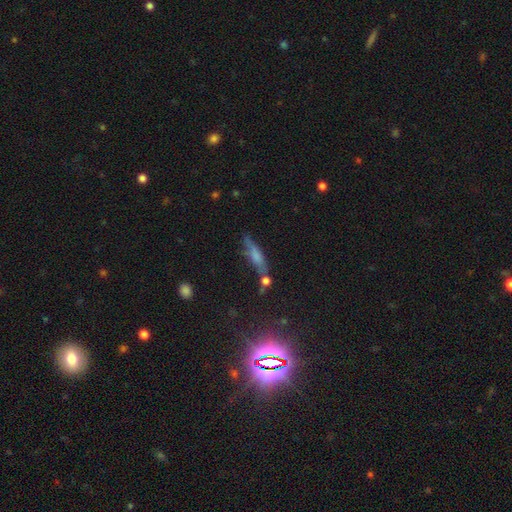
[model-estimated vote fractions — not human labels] Q: Smooth or featured?
A: smooth (54%); runner-up: featured or disk (32%)
Q: How rounded?
A: cigar-shaped (73%); runner-up: in between (24%)
Q: Merging?
A: none (59%); runner-up: minor disturbance (21%)